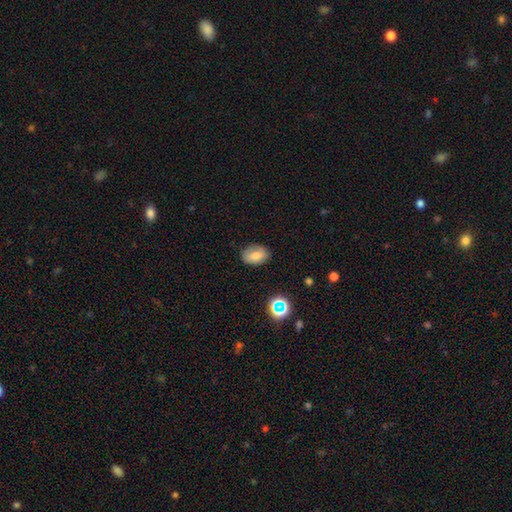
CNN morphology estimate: This appears to be a smooth galaxy with no disk features (74%) that is in between round and cigar-shaped (80%). Merging: none (78%).